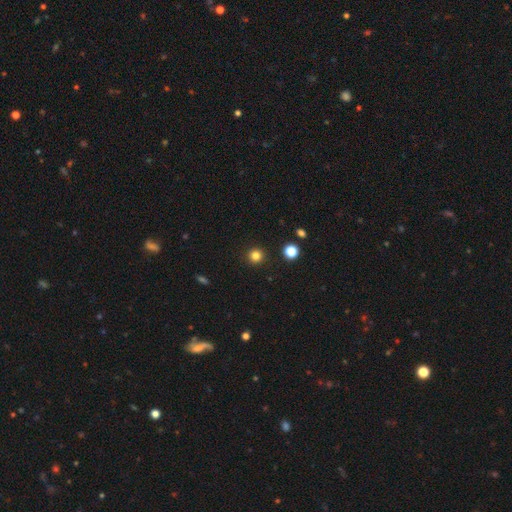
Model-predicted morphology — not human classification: type=smooth (82%); roundness=round (95%); merging=none (93%).